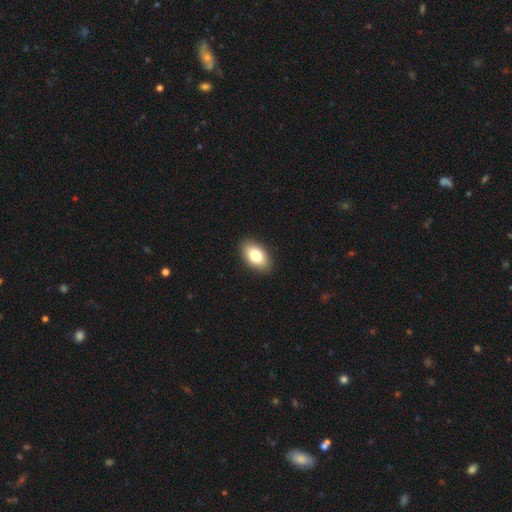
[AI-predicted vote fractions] Overall: smooth (80%). How rounded: in between (92%). Merging: none (90%).